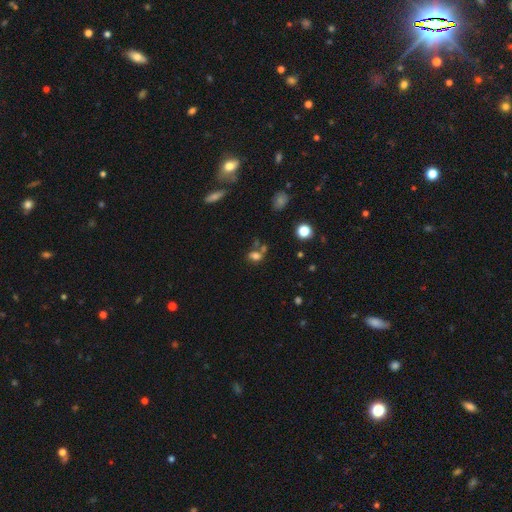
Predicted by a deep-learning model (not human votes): Morphology: type=smooth (71%); roundness=in between (68%); merging=none (44%).